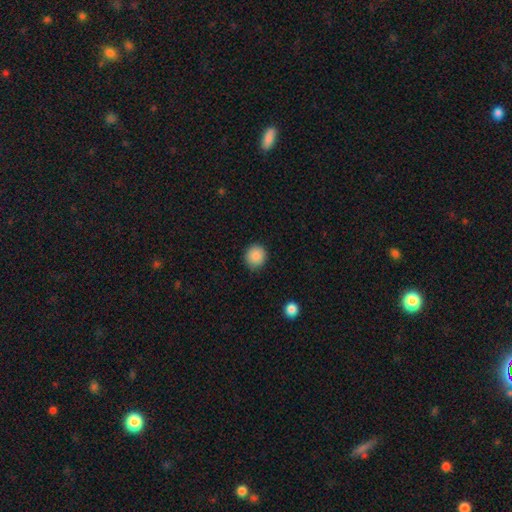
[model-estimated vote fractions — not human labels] Overall: smooth (89%). How rounded: round (87%). Merging: none (88%).